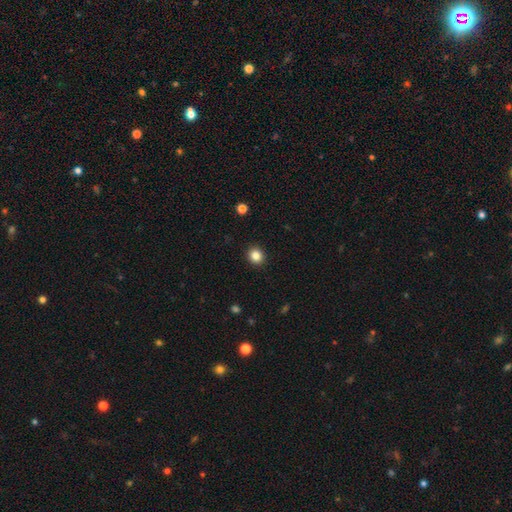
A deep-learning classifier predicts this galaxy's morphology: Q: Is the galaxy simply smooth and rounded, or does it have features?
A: smooth — 85%.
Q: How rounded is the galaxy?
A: round — 81%.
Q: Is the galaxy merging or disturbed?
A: none — 92%.